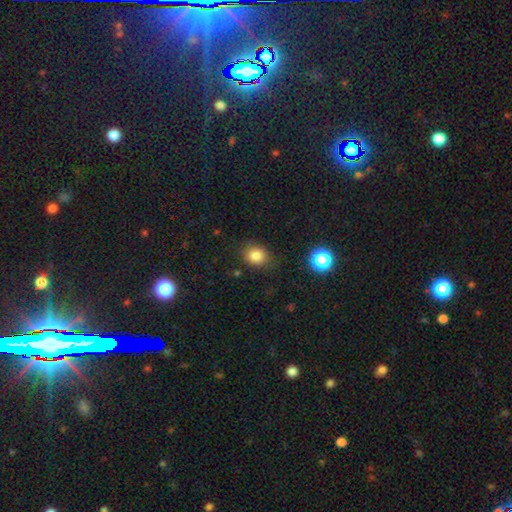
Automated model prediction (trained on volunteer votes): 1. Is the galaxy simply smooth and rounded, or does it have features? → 82% smooth, 13% star or artifact, 6% featured or disk.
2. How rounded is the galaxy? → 66% round, 33% in between, 1% cigar-shaped.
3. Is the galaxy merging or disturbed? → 81% none, 13% minor disturbance, 4% major disturbance, 2% merger.